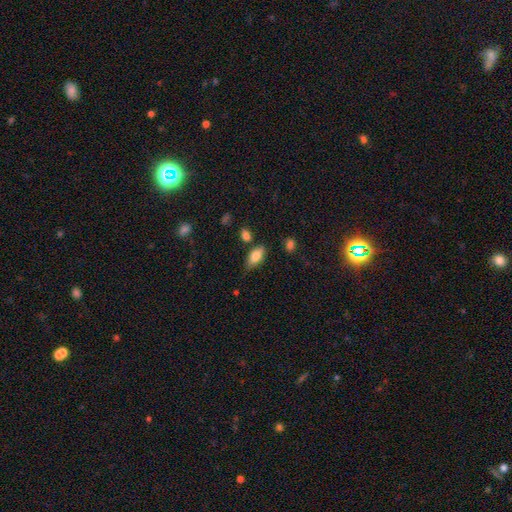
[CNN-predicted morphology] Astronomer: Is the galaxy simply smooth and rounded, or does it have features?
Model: smooth — 80%.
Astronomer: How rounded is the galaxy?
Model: in between — 88%.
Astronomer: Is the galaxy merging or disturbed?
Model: none — 64%.